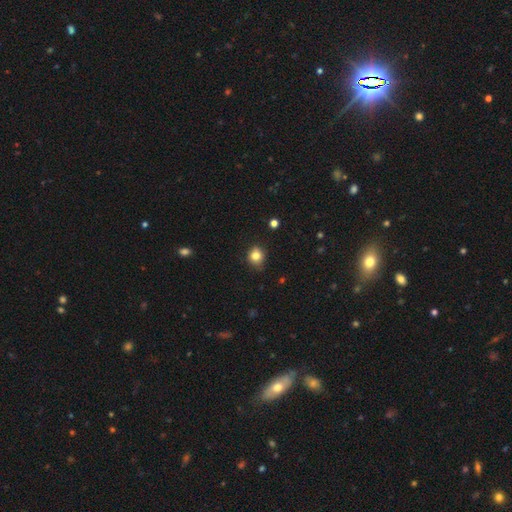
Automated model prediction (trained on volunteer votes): A smooth galaxy with no disk features (81%) that is round (75%).

Vote fractions:
- Smooth or featured? smooth: 81% / star or artifact: 11% / featured or disk: 8%
- How rounded? round: 75% / in between: 24% / cigar-shaped: 1%
- Merging? none: 73% / minor disturbance: 21% / major disturbance: 4% / merger: 2%